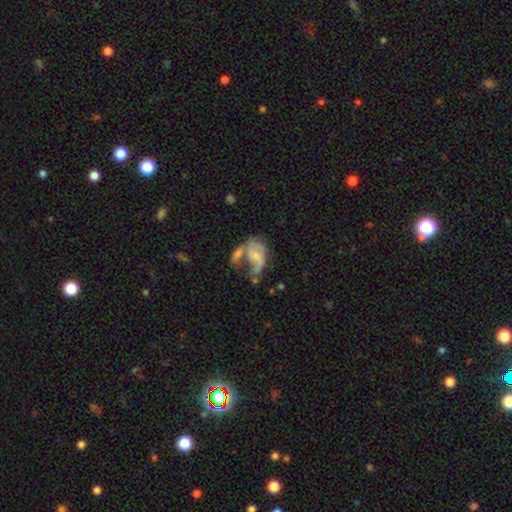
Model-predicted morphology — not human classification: featured or disk 55%, smooth 38%, star or artifact 8%. Down the decision tree: edge-on disk — no (97%); bar — no (66%); spiral arms — yes (65%); bulge size — small (42%); merging — merger (44%).